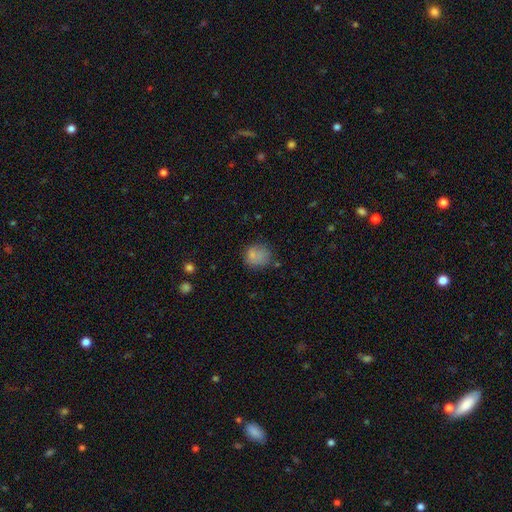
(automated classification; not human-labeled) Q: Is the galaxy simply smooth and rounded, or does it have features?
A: smooth — 79%.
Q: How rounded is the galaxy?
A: round — 77%.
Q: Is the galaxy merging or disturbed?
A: none — 63%.